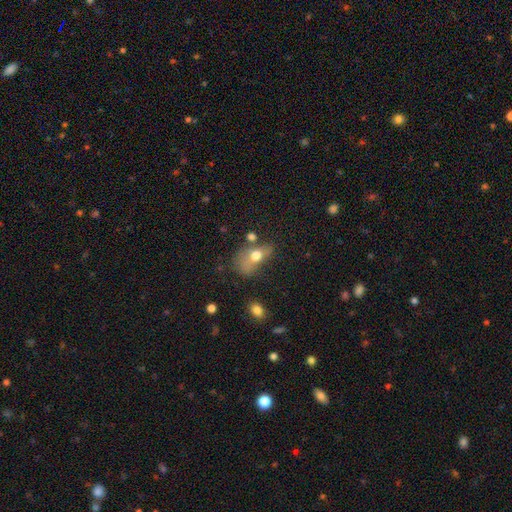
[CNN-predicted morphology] This is likely a smooth galaxy (65%). How rounded: likely in between (78%). Merging: marginally major disturbance (33%).